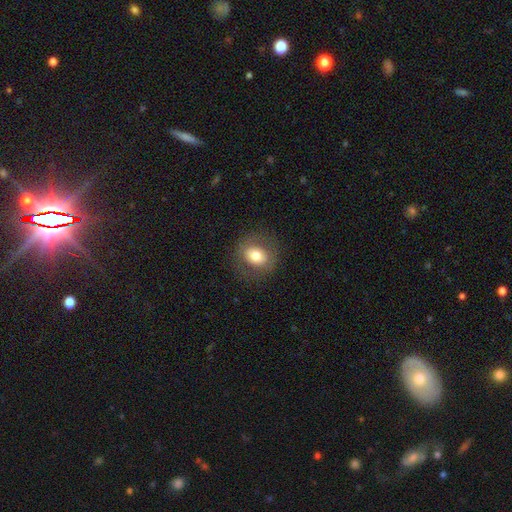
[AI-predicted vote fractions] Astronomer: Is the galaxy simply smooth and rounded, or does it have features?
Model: smooth — 70%.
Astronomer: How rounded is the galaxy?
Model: round — 64%.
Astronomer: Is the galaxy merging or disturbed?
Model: none — 82%.